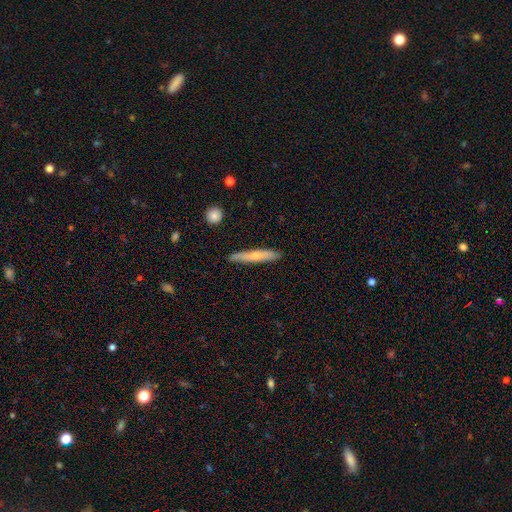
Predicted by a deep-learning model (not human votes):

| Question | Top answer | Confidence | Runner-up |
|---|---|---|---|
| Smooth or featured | smooth | 57% | featured or disk (37%) |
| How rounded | cigar-shaped | 93% | in between (6%) |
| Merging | none | 88% | minor disturbance (9%) |